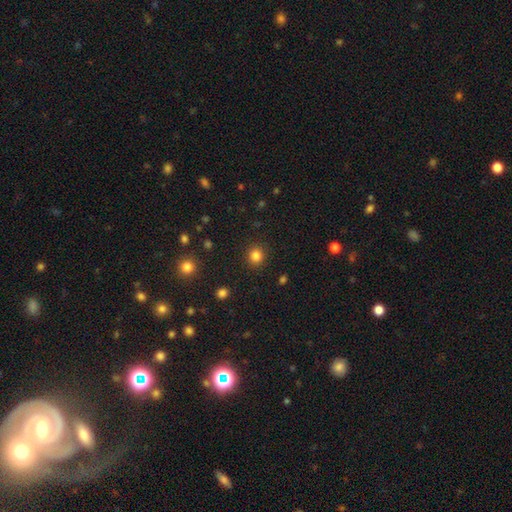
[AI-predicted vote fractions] A smooth galaxy with no disk features (84%) that is round (89%). Merging: none (90%).